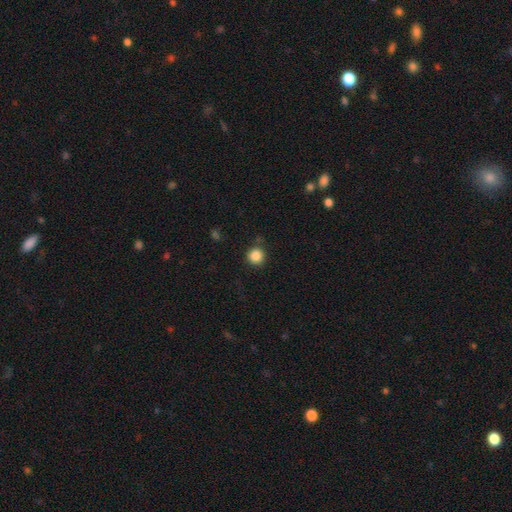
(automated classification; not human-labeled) A smooth galaxy with no disk features (86%) that is round (94%). Merging: none (85%).